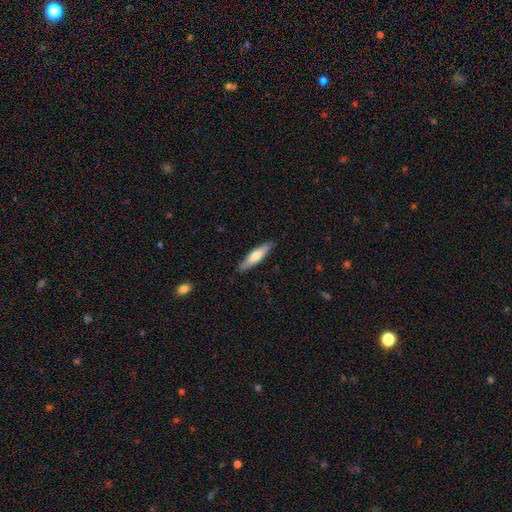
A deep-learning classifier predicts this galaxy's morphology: A smooth galaxy with no disk features (65%) that is cigar-shaped (76%). Merging: none (87%).